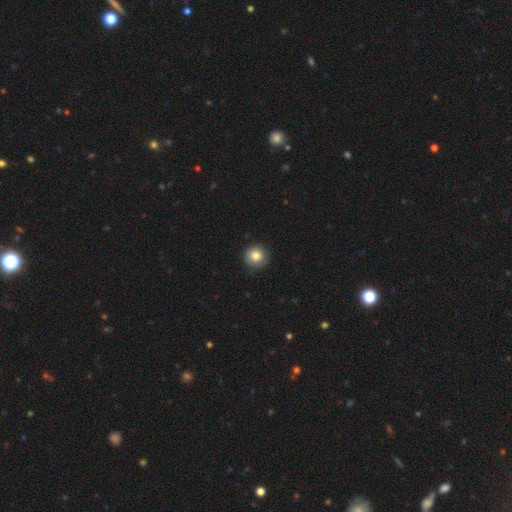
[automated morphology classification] type=smooth (84%); roundness=round (94%); merging=none (85%).